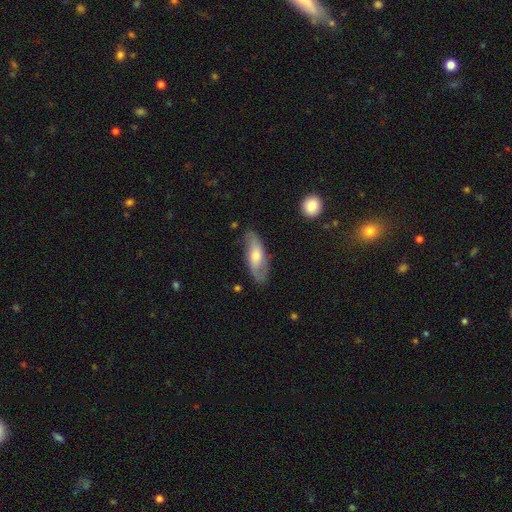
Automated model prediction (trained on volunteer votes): Smooth or featured? featured or disk (50%)
Edge-on disk? no (76%)
Merging? none (77%)